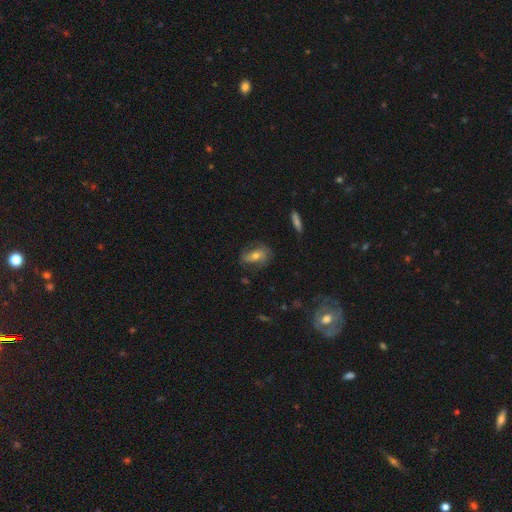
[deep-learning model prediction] smooth-or-featured: featured or disk: 47% | smooth: 44% | star or artifact: 9%
  merging: none: 65% | minor disturbance: 23% | major disturbance: 11% | merger: 2%